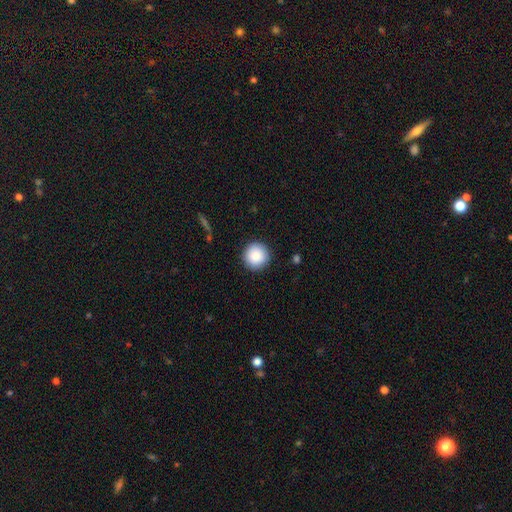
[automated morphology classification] type=smooth (88%); roundness=round (95%); merging=none (91%).